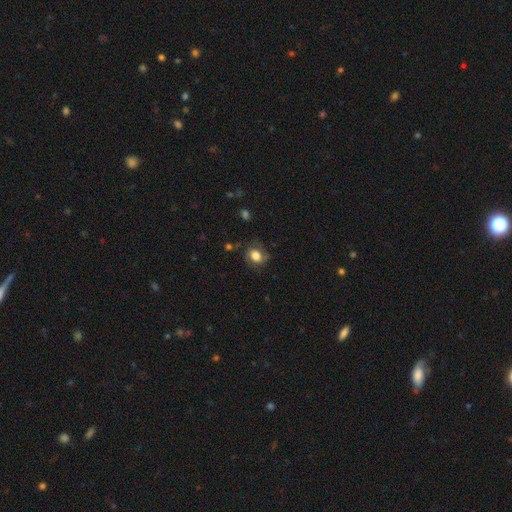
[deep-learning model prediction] Morphology: type=smooth (71%); roundness=round (57%); merging=none (69%).